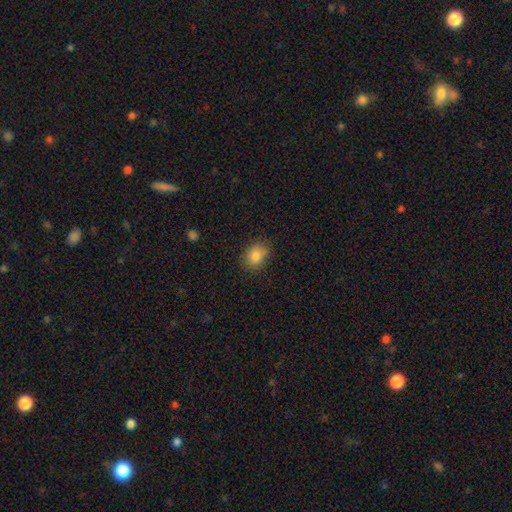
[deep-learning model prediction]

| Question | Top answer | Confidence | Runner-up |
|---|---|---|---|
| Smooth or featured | smooth | 84% | star or artifact (10%) |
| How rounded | in between | 59% | round (40%) |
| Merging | none | 75% | minor disturbance (17%) |